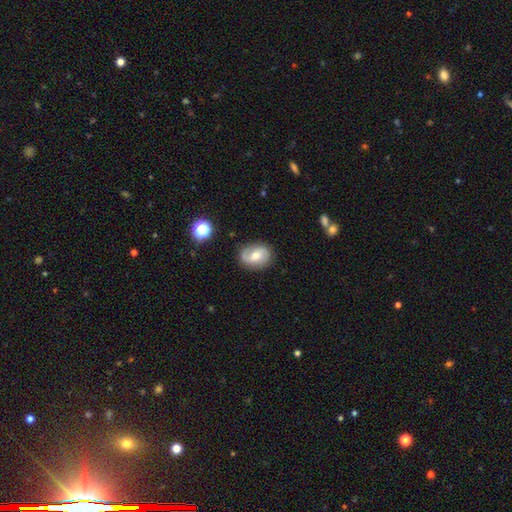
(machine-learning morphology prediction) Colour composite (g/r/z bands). It shows a featured or disk galaxy (63%) with no bar (46%), 2 (82%) medium (44%) spiral arms (87%) and a moderate central bulge (66%). Merging: none (79%).